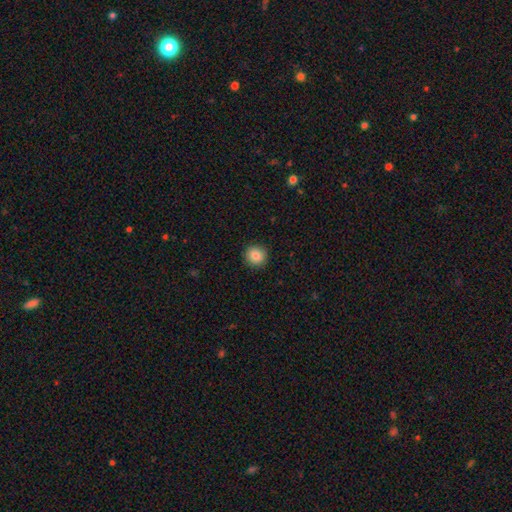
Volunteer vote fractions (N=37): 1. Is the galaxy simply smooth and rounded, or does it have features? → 89% smooth, 5% featured or disk, 5% star or artifact.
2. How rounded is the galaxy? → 97% round, 3% in between, 0% cigar-shaped.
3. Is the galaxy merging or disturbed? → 94% none, 3% minor disturbance, 3% major disturbance, 0% merger.